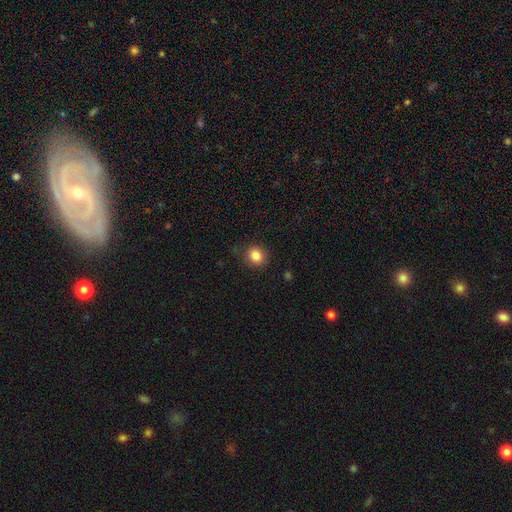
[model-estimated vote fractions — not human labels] A smooth galaxy with no disk features (85%) that is round (74%).

Vote fractions:
- Smooth or featured? smooth: 85% / star or artifact: 10% / featured or disk: 5%
- How rounded? round: 74% / in between: 25% / cigar-shaped: 1%
- Merging? none: 83% / minor disturbance: 12% / major disturbance: 4% / merger: 1%